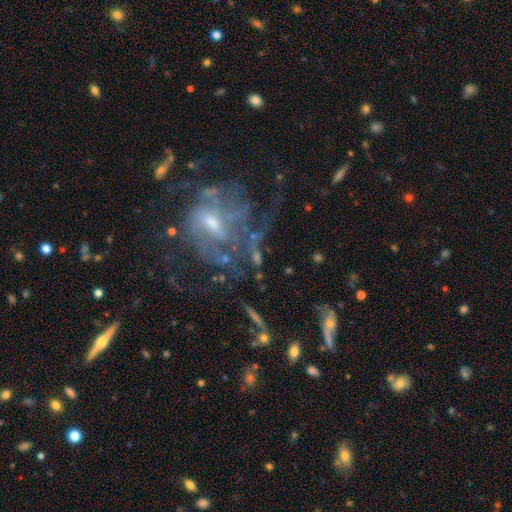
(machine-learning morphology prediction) Overall: featured or disk (73%). Edge-on disk: no (96%). Bar: no (44%; weak 43%). Spiral arms: yes (71%). Bulge size: small (44%; moderate 41%). Merging: none (46%; major disturbance 30%).